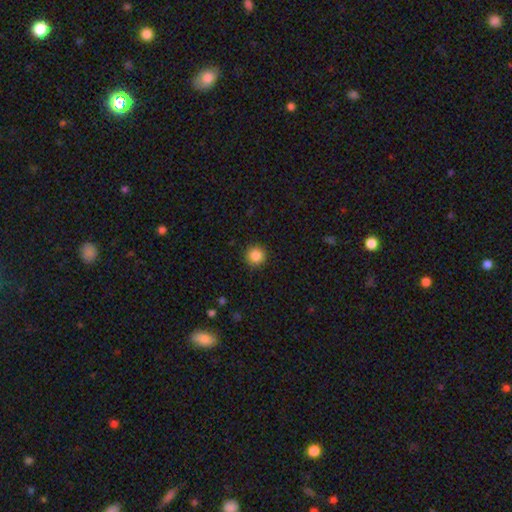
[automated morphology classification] type=smooth (86%); roundness=round (95%); merging=none (92%).